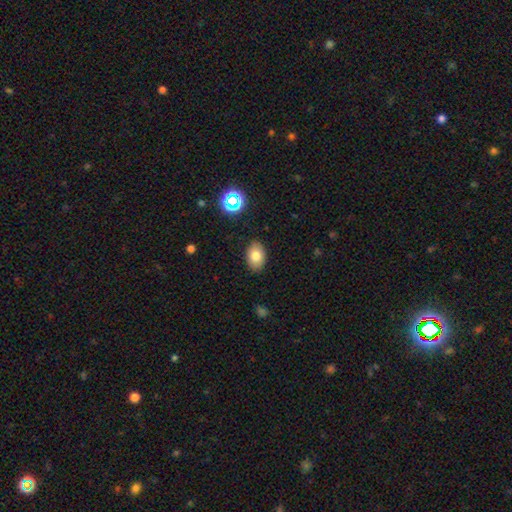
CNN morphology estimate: type=smooth (78%); roundness=in between (85%); merging=none (86%).